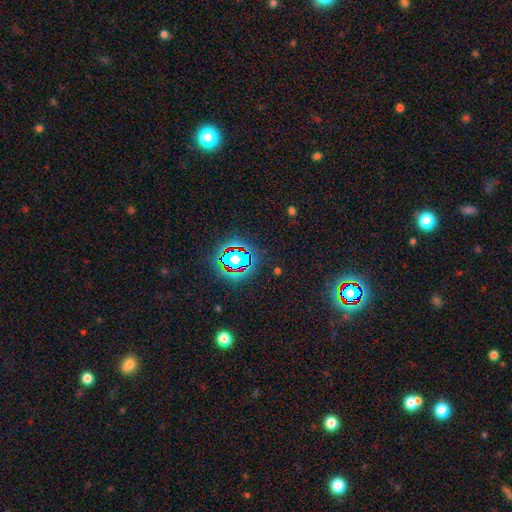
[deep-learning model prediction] Overall: star or artifact (80%).